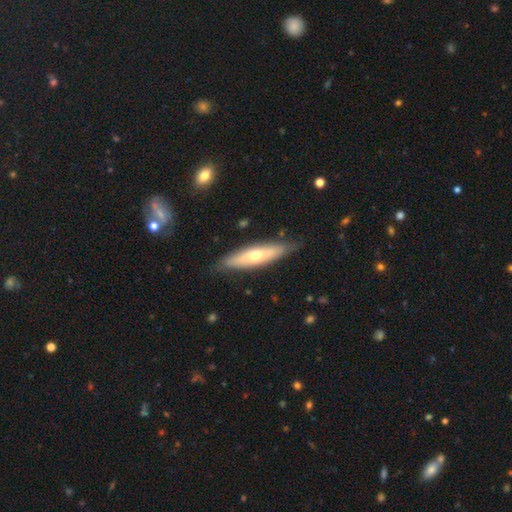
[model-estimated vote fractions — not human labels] This appears to be a smooth galaxy with no disk features (48%). Merging: none (82%).